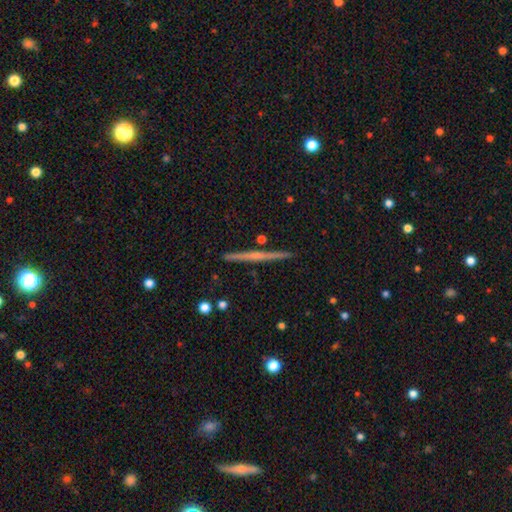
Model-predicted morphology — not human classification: This appears to be a featured or disk galaxy (68%) viewed edge-on (98%) with no central bulge (66%). Merging: none (93%).